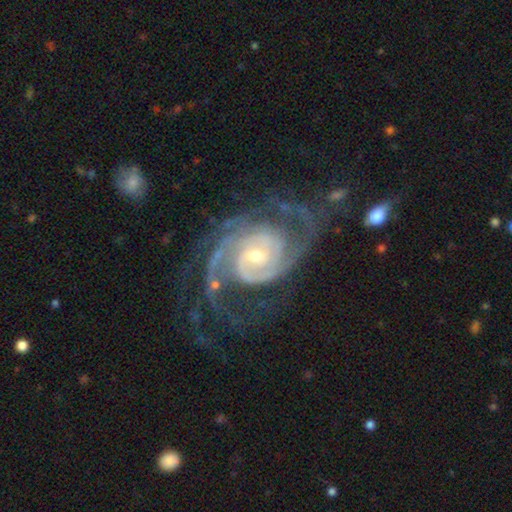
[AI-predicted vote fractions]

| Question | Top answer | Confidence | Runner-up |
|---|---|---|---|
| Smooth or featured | featured or disk | 93% | star or artifact (4%) |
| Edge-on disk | no | 98% | yes (2%) |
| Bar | no | 52% | weak (36%) |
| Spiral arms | yes | 98% | no (2%) |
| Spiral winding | tight | 51% | medium (40%) |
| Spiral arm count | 2 | 46% | 3 (22%) |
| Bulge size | small | 56% | moderate (40%) |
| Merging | none | 62% | major disturbance (18%) |